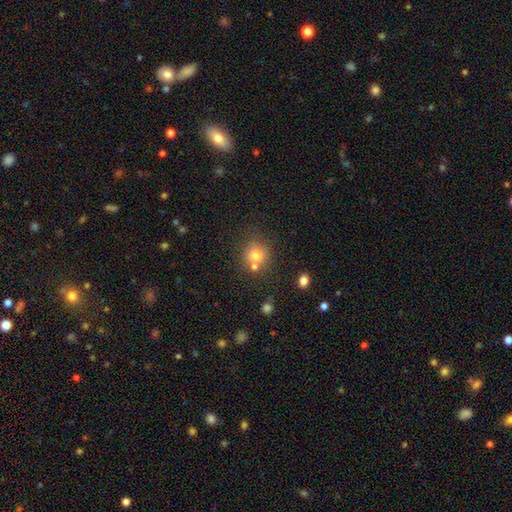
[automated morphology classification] smooth 75%, star or artifact 14%, featured or disk 11%. Down the decision tree: how rounded — round (87%); merging — none (63%).